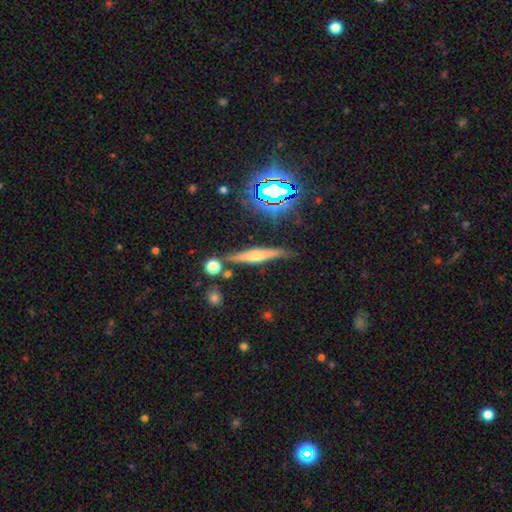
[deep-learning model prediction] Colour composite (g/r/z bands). It shows a featured or disk galaxy (58%) viewed edge-on (94%) with a rounded central bulge (78%). Merging: none (78%).